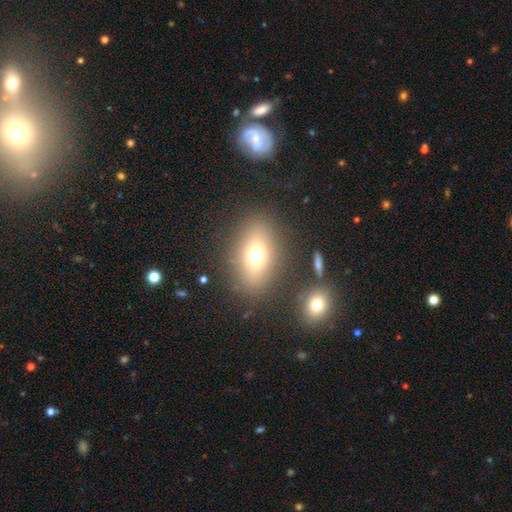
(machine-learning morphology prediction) Smooth or featured? smooth (67%)
How rounded? in between (67%)
Merging? none (81%)